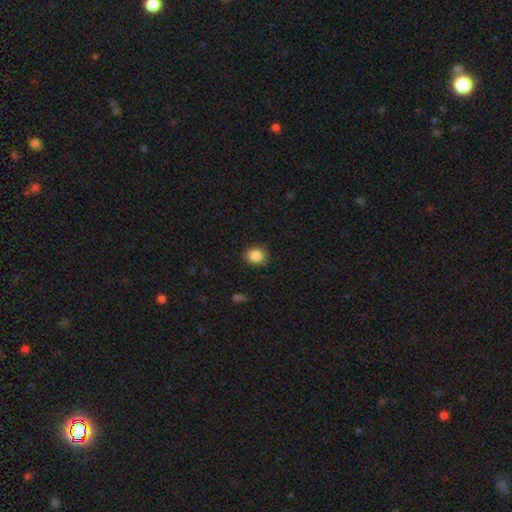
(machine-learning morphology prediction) This is clearly a smooth galaxy (86%). How rounded: likely round (76%). Merging: clearly none (81%).